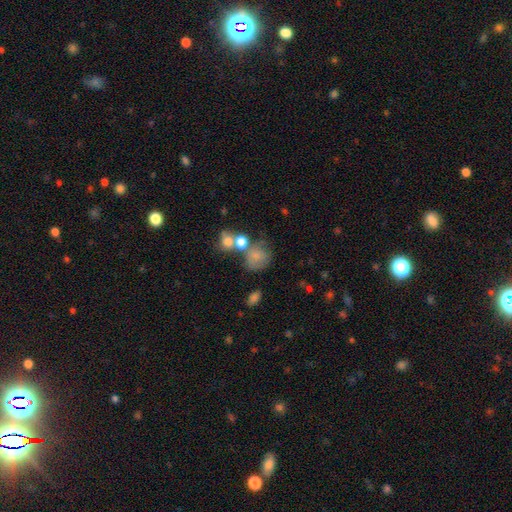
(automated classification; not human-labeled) The model was most divided on "merging": none: 40%, merger: 30%, minor disturbance: 17%, major disturbance: 12%. More confident: smooth or featured — smooth (73%); how rounded — round (68%).